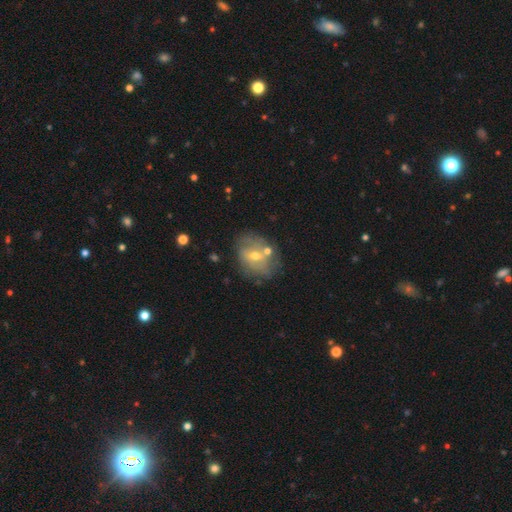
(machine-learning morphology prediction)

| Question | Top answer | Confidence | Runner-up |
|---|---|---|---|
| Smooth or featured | featured or disk | 59% | smooth (31%) |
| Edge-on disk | no | 94% | yes (6%) |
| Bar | no | 44% | weak (43%) |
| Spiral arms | yes | 53% | no (47%) |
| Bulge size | moderate | 49% | small (47%) |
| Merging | none | 62% | minor disturbance (20%) |